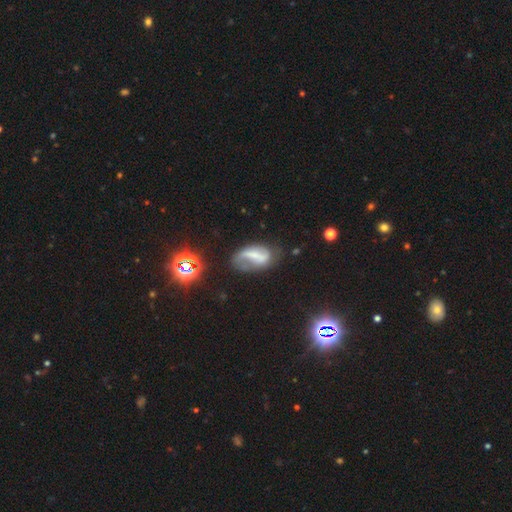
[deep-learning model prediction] Morphology: type=featured or disk (56%); edge-on=no (95%); bar=strong (39%); spiral arms=yes (73%); bulge=none (38%); merging=none (42%).